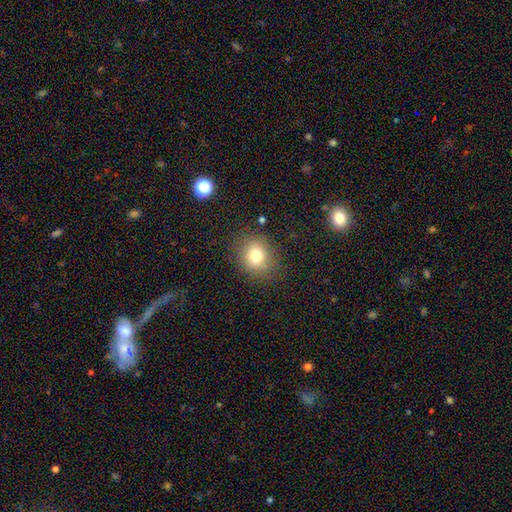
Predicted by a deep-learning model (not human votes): Overall: smooth (78%). How rounded: round (66%; in between 33%). Merging: none (82%).